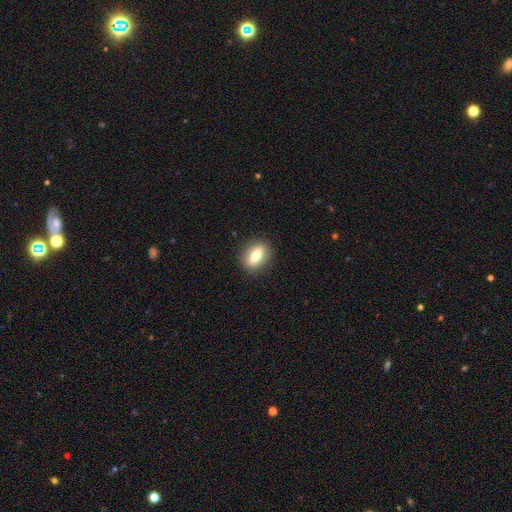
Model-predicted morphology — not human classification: Q: Smooth or featured?
A: smooth (65%); runner-up: featured or disk (27%)
Q: How rounded?
A: in between (71%); runner-up: round (22%)
Q: Merging?
A: none (87%); runner-up: minor disturbance (9%)